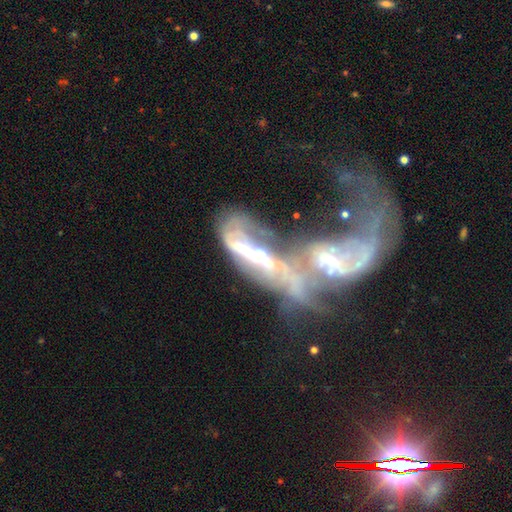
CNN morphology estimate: Q: Smooth or featured?
A: featured or disk (72%); runner-up: smooth (16%)
Q: Edge-on disk?
A: no (86%); runner-up: yes (14%)
Q: Bar?
A: no (43%); runner-up: strong (34%)
Q: Spiral arms?
A: yes (54%); runner-up: no (46%)
Q: Bulge size?
A: moderate (34%); runner-up: small (31%)
Q: Merging?
A: merger (76%); runner-up: major disturbance (16%)